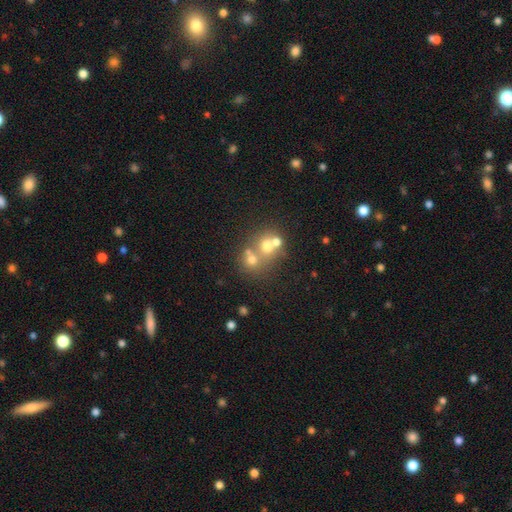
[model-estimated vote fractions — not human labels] Smooth or featured: smooth — 56% (featured or disk — 23%)
How rounded: round — 77% (in between — 22%)
Merging: merger — 55% (none — 36%)